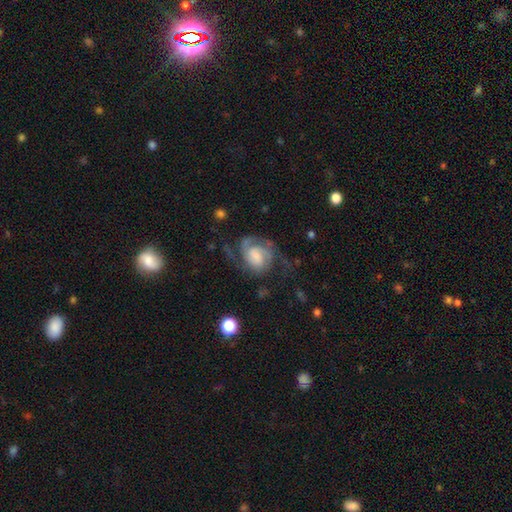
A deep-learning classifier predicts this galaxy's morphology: type=featured or disk (80%); edge-on=no (98%); bar=no (48%); spiral arms=yes (95%); winding=medium (45%); arm count=2 (58%); bulge=small (43%); merging=none (52%).